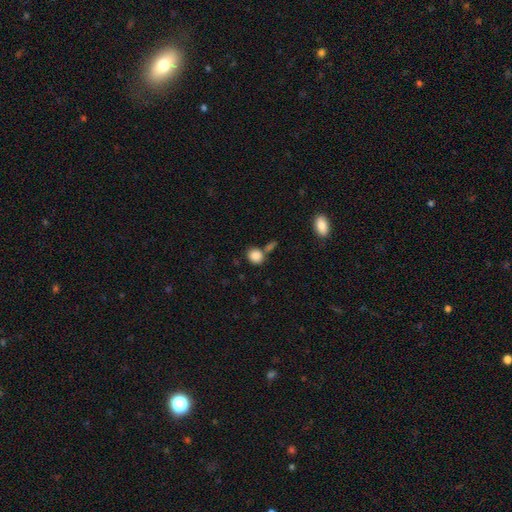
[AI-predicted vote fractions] Smooth or featured? smooth (86%)
How rounded? round (69%)
Merging? none (62%)